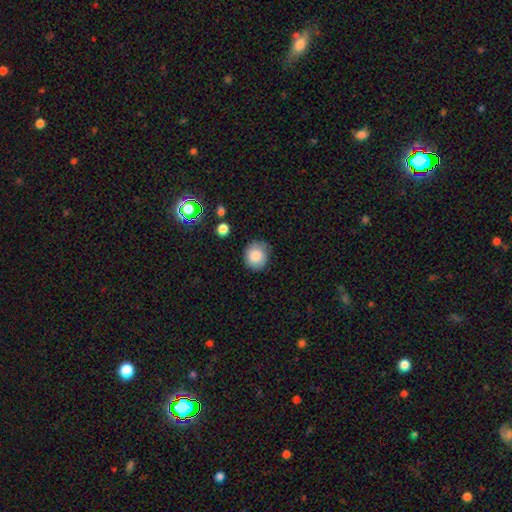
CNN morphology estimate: Q: Smooth or featured?
A: smooth (83%); runner-up: star or artifact (9%)
Q: How rounded?
A: round (84%); runner-up: in between (15%)
Q: Merging?
A: none (75%); runner-up: minor disturbance (19%)